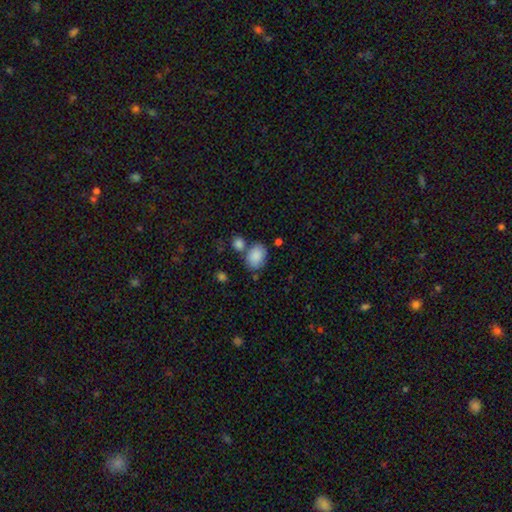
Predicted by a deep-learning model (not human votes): smooth-or-featured: smooth: 86% | star or artifact: 7% | featured or disk: 6%
  how-rounded: in between: 71% | round: 28% | cigar-shaped: 1%
  merging: none: 59% | merger: 20% | minor disturbance: 16% | major disturbance: 5%